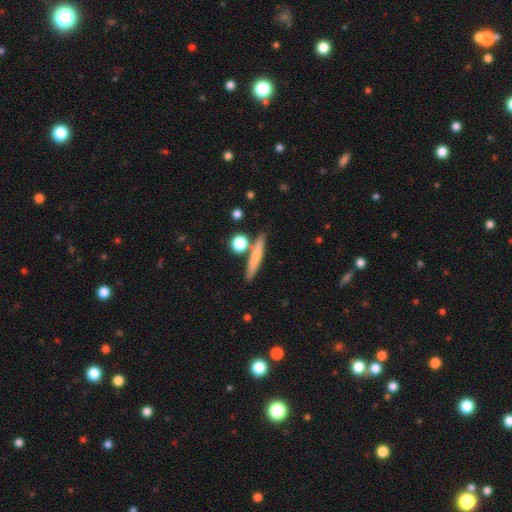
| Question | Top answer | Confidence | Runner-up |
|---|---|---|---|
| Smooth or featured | smooth | 84% | featured or disk (16%) |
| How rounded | cigar-shaped | 88% | round (9%) |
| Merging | none | 82% | merger (11%) |